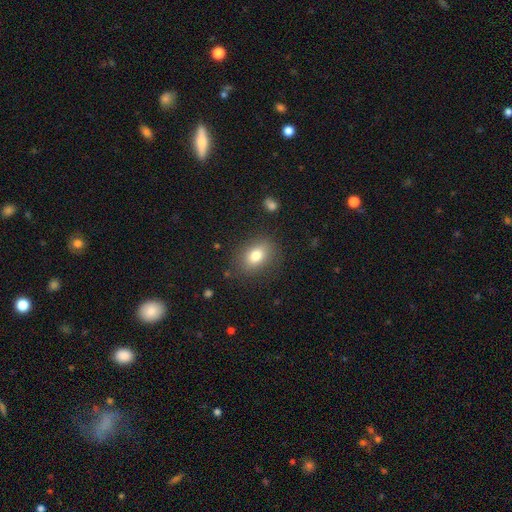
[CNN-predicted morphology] This is likely a smooth galaxy (79%). How rounded: likely in between (70%). Merging: clearly none (83%).